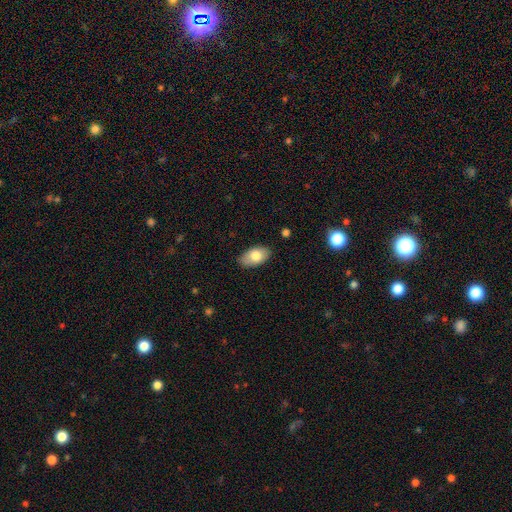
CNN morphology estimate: This appears to be a smooth galaxy with no disk features (78%) that is in between round and cigar-shaped (94%). Merging: none (85%).